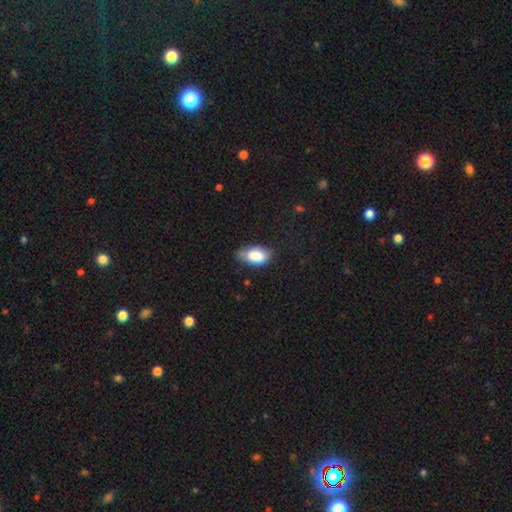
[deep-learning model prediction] Overall: smooth (84%). How rounded: in between (92%). Merging: none (59%; minor disturbance 32%).